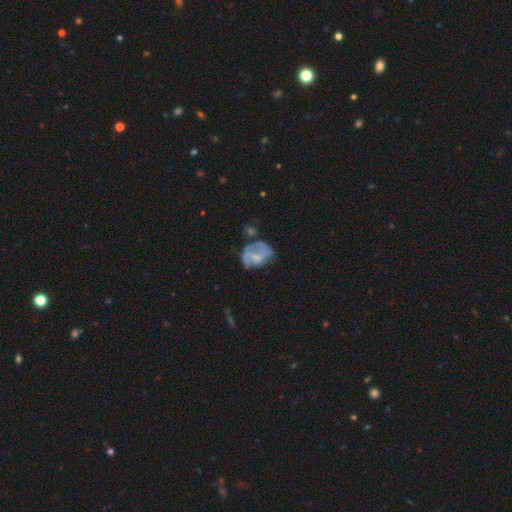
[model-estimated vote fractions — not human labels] A featured or disk galaxy (52%) with no bar (64%), no spiral arms (62%) and a small central bulge (43%).

Vote fractions:
- Smooth or featured? featured or disk: 52% / smooth: 39% / star or artifact: 9%
- Edge-on disk? no: 97% / yes: 3%
- Bar? no: 64% / weak: 29% / strong: 7%
- Spiral arms? no: 62% / yes: 38%
- Bulge size? small: 43% / none: 28% / moderate: 26% / large: 2% / dominant: 1%
- Merging? none: 35% / minor disturbance: 27% / major disturbance: 26% / merger: 11%